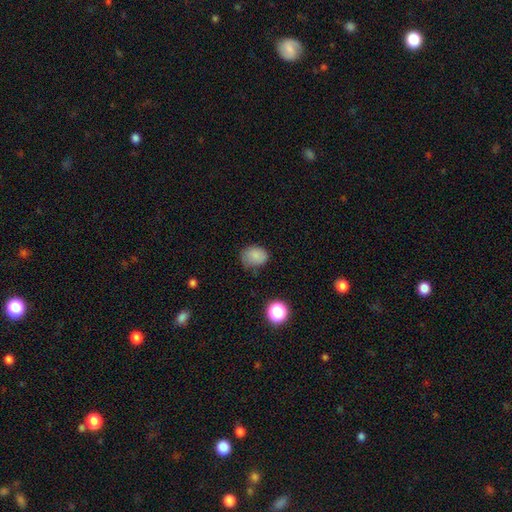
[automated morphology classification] smooth 82%, star or artifact 12%, featured or disk 7%. Down the decision tree: how rounded — round (51%); merging — none (61%).